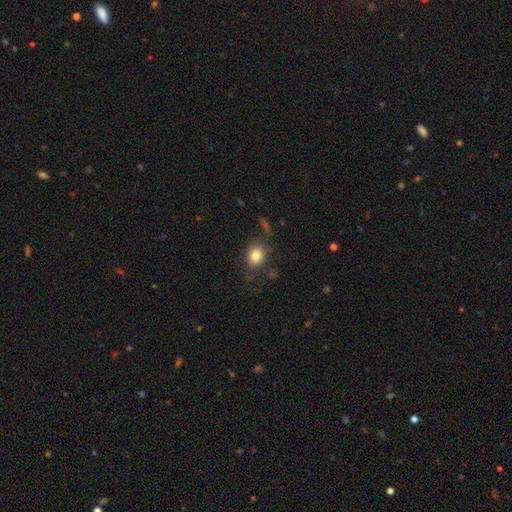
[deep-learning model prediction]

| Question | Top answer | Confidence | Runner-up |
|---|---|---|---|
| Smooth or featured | smooth | 81% | star or artifact (10%) |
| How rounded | in between | 54% | round (45%) |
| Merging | none | 73% | minor disturbance (17%) |